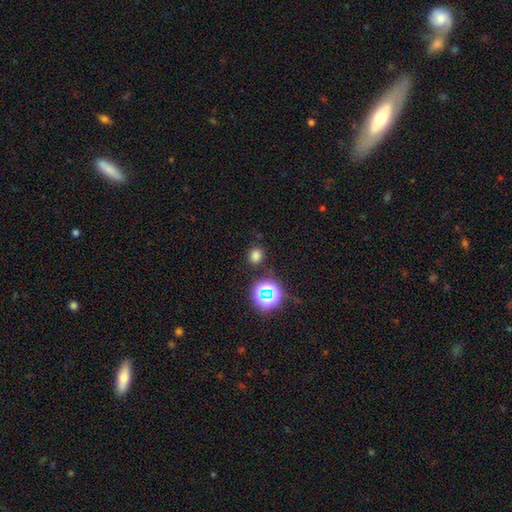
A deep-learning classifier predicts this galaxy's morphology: Overall: smooth (72%). How rounded: round (79%). Merging: none (85%).